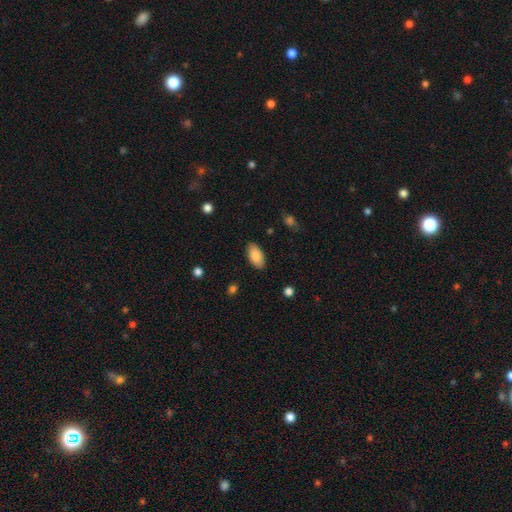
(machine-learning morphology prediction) This appears to be a smooth galaxy with no disk features (84%) that is in between round and cigar-shaped (93%). Merging: none (87%).